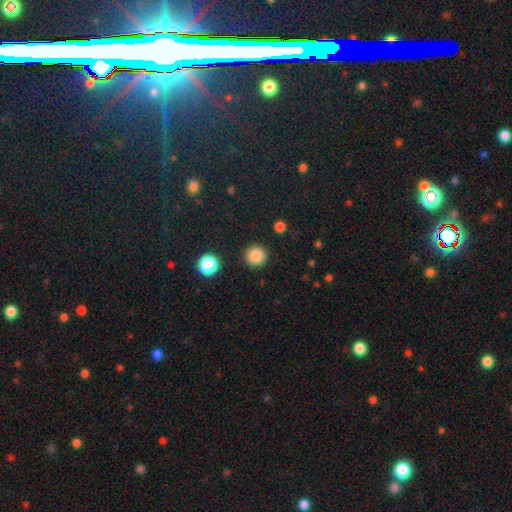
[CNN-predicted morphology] Overall: smooth (87%). How rounded: round (95%). Merging: none (91%).